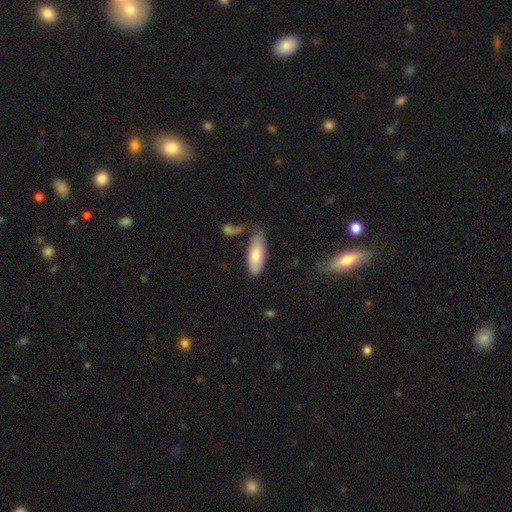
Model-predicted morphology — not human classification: Smooth or featured?
  - smooth: 80% *
  - featured or disk: 15%
  - star or artifact: 6%
How rounded?
  - in between: 75% *
  - cigar-shaped: 23%
  - round: 2%
Merging?
  - none: 59% *
  - minor disturbance: 25%
  - merger: 9%
  - major disturbance: 8%